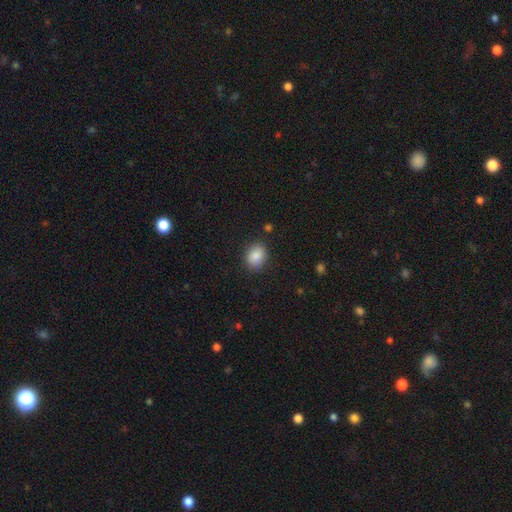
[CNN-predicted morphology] The model was most divided on "how rounded": in between: 58%, round: 41%, cigar-shaped: 1%. More confident: smooth or featured — smooth (87%); merging — none (85%).